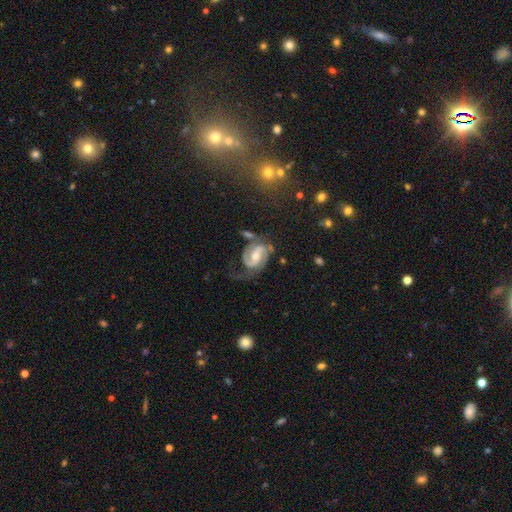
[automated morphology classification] Smooth or featured? Predicted: featured or disk (p=0.88). Edge-on disk? Predicted: no (p=0.98). Bar? Predicted: weak (p=0.48). Spiral arms? Predicted: yes (p=0.97). Spiral winding? Predicted: medium (p=0.50). Spiral arm count? Predicted: 2 (p=0.90). Bulge size? Predicted: moderate (p=0.58). Merging? Predicted: none (p=0.55).